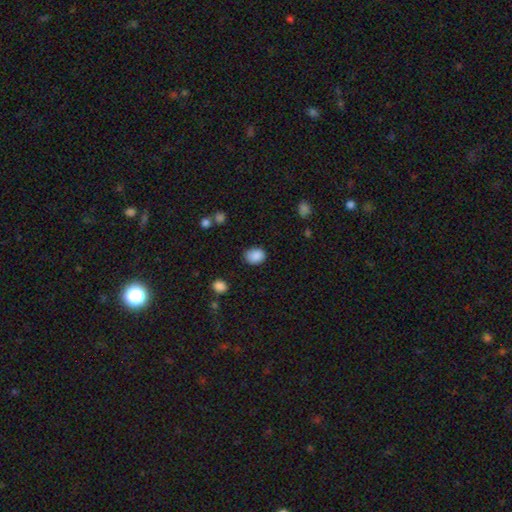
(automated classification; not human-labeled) Smooth or featured: smooth — 88% (star or artifact — 9%)
How rounded: in between — 52% (round — 47%)
Merging: none — 78% (minor disturbance — 16%)